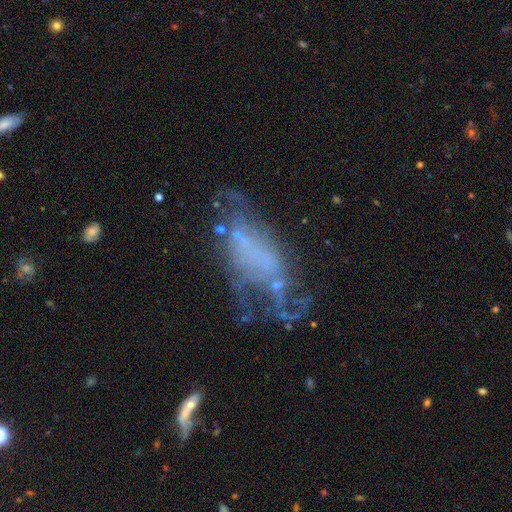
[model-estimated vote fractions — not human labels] Smooth or featured?
  - featured or disk: 59% *
  - smooth: 23%
  - star or artifact: 18%
Edge-on disk?
  - no: 93% *
  - yes: 7%
Bar?
  - no: 81% *
  - weak: 13%
  - strong: 6%
Spiral arms?
  - no: 76% *
  - yes: 24%
Bulge size?
  - none: 78% *
  - small: 11%
  - moderate: 6%
  - large: 4%
  - dominant: 2%
Merging?
  - major disturbance: 38% *
  - none: 33%
  - minor disturbance: 20%
  - merger: 9%